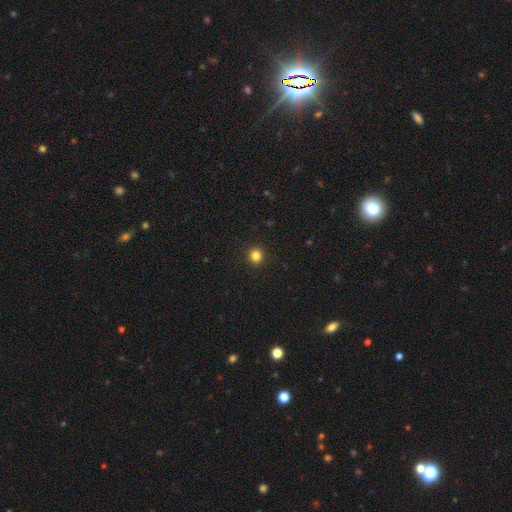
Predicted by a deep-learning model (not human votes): Q: Smooth or featured?
A: smooth (83%); runner-up: star or artifact (13%)
Q: How rounded?
A: round (93%); runner-up: in between (6%)
Q: Merging?
A: none (93%); runner-up: minor disturbance (4%)